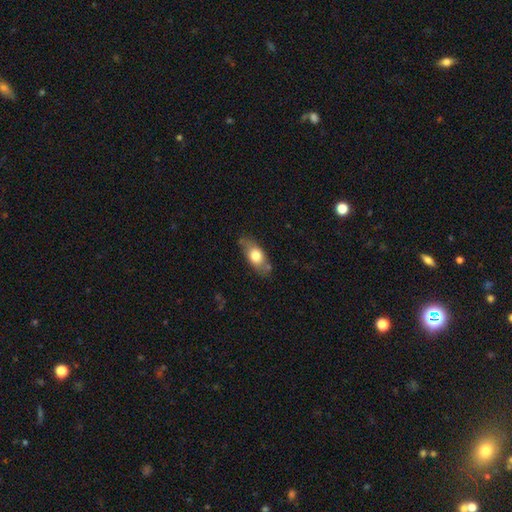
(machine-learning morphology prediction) Smooth or featured?
  - smooth: 67% *
  - featured or disk: 27%
  - star or artifact: 6%
How rounded?
  - in between: 81% *
  - cigar-shaped: 12%
  - round: 7%
Merging?
  - none: 68% *
  - minor disturbance: 22%
  - major disturbance: 5%
  - merger: 4%